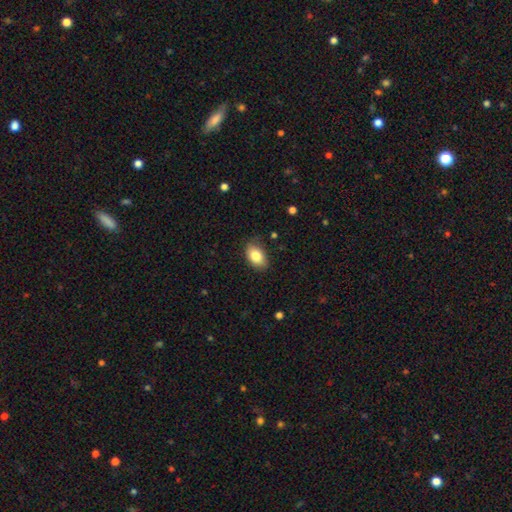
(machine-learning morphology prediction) type=smooth (82%); roundness=in between (88%); merging=none (81%).